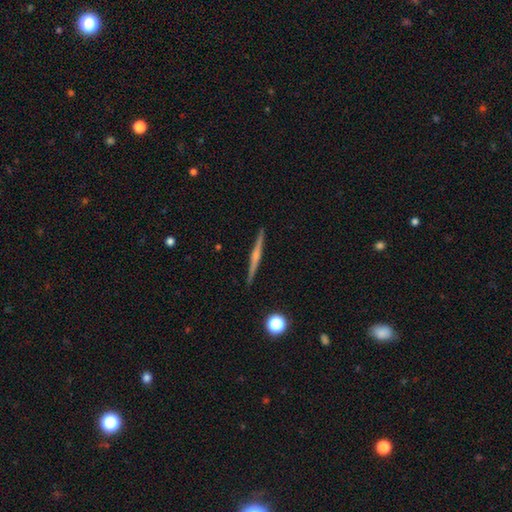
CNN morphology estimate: Q: Smooth or featured?
A: featured or disk (70%); runner-up: smooth (23%)
Q: Edge-on disk?
A: yes (98%); runner-up: no (2%)
Q: Edge-on bulge?
A: rounded (64%); runner-up: none (26%)
Q: Merging?
A: none (92%); runner-up: minor disturbance (6%)